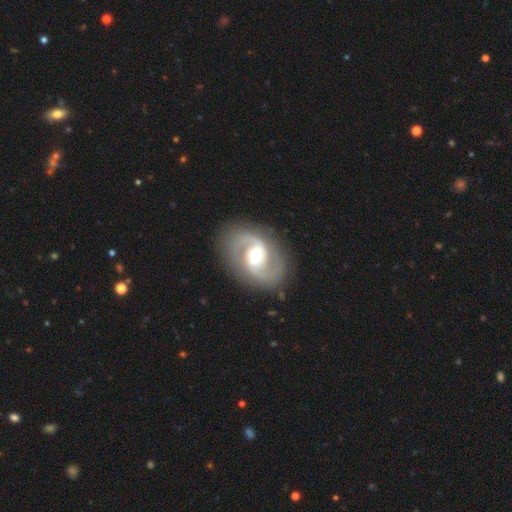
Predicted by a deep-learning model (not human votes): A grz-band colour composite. It shows a featured or disk galaxy (88%) with a weak bar (42%), 2 (93%) medium (56%) spiral arms (95%) and a moderate central bulge (70%). Merging: none (84%).